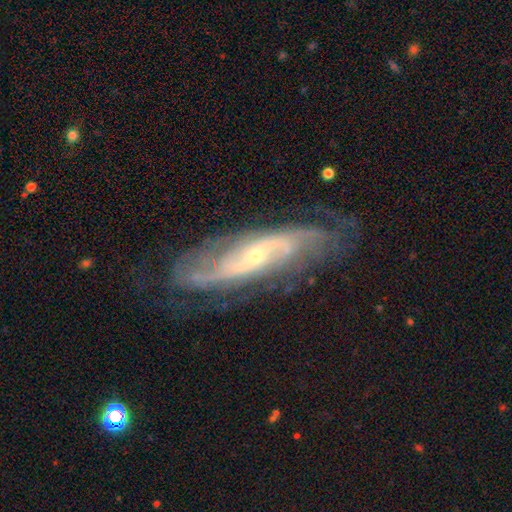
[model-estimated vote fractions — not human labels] Smooth or featured: featured or disk — 85% (smooth — 8%)
Edge-on disk: no — 78% (yes — 22%)
Bar: weak — 38% (no — 32%)
Spiral arms: yes — 94% (no — 6%)
Spiral winding: medium — 40% (tight — 34%)
Spiral arm count: 2 — 51% (can't tell — 28%)
Bulge size: small — 71% (moderate — 24%)
Merging: none — 73% (minor disturbance — 18%)